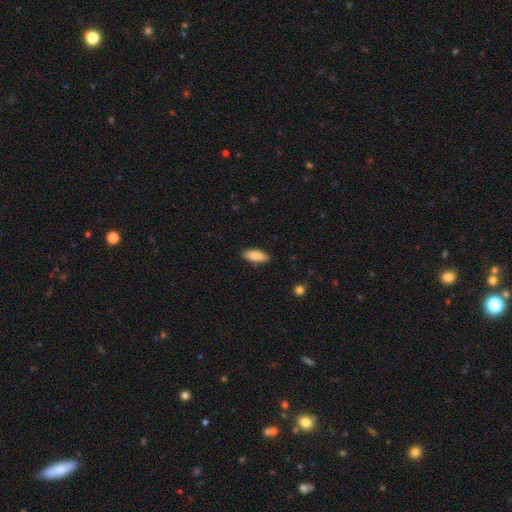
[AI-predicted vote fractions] A smooth galaxy with no disk features (86%) that is in between round and cigar-shaped (77%). Merging: none (88%).